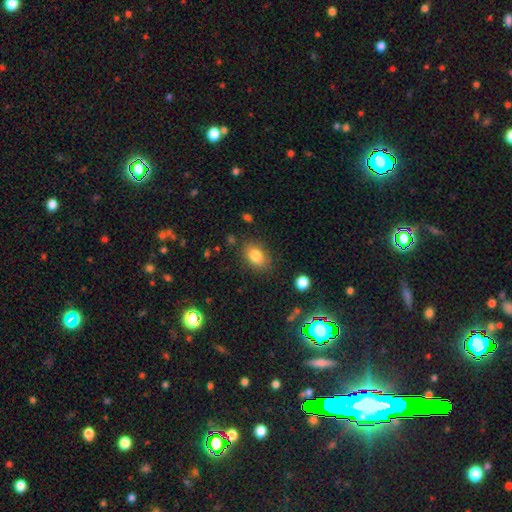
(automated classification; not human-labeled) Smooth or featured? smooth (81%)
How rounded? in between (77%)
Merging? none (83%)